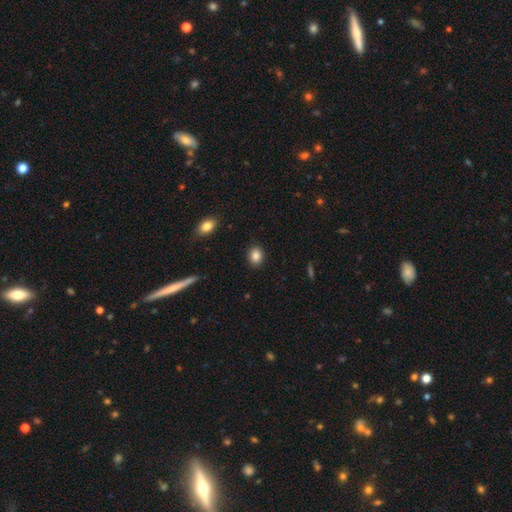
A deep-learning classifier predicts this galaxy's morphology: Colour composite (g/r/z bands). It shows a smooth galaxy with no disk features (86%) that is round (53%). Merging: none (90%).